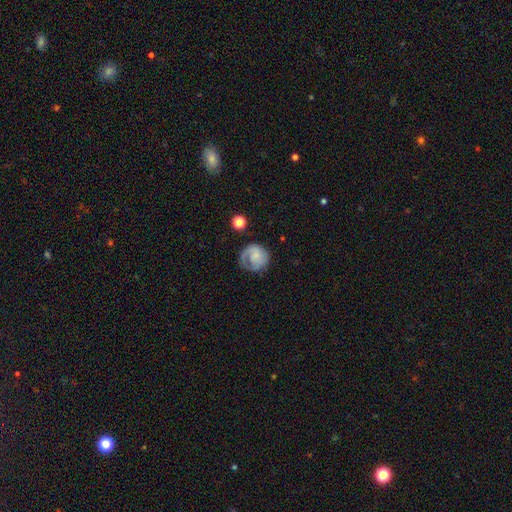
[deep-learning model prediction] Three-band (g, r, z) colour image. It shows a featured or disk galaxy (47%). Merging: none (56%).